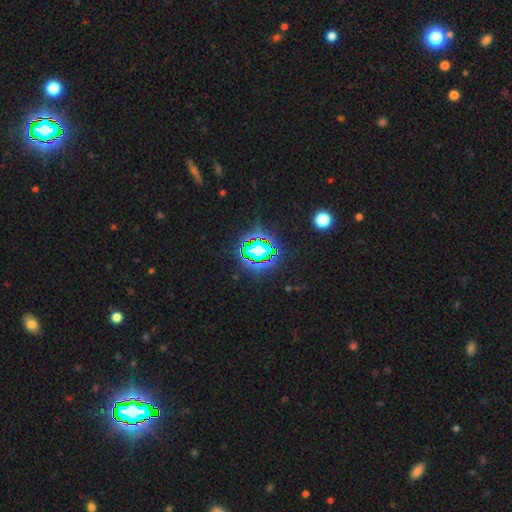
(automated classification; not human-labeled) smooth_or_featured: star or artifact (p=0.81) [alt: smooth p=0.11]